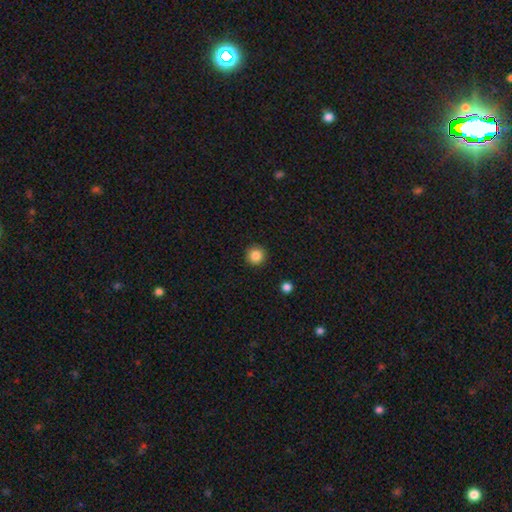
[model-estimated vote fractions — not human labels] A smooth galaxy with no disk features (85%) that is round (96%). Merging: none (92%).